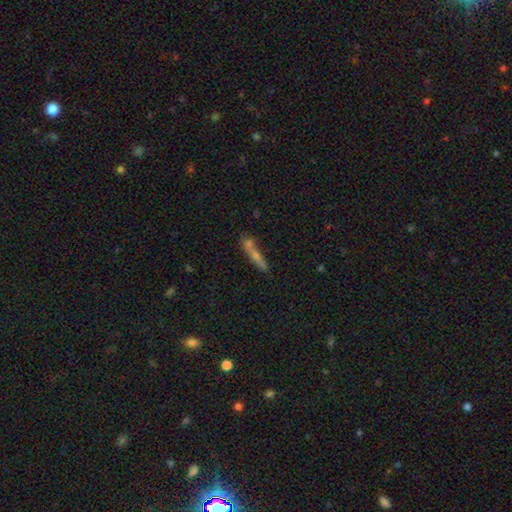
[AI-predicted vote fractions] A smooth galaxy with no disk features (53%) that is cigar-shaped (83%).

Vote fractions:
- Smooth or featured? smooth: 53% / featured or disk: 33% / star or artifact: 14%
- How rounded? cigar-shaped: 83% / in between: 13% / round: 5%
- Merging? none: 52% / merger: 30% / minor disturbance: 12% / major disturbance: 6%